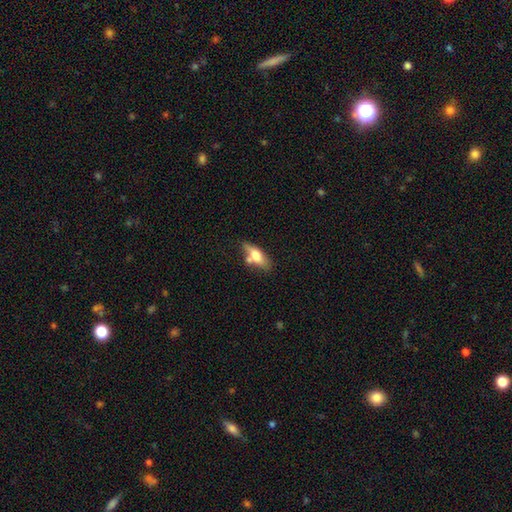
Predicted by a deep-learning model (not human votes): smooth_or_featured: smooth (p=0.61) [alt: featured or disk p=0.33]
how_rounded: in between (p=0.66) [alt: cigar-shaped p=0.30]
merging: none (p=0.56) [alt: merger p=0.20]